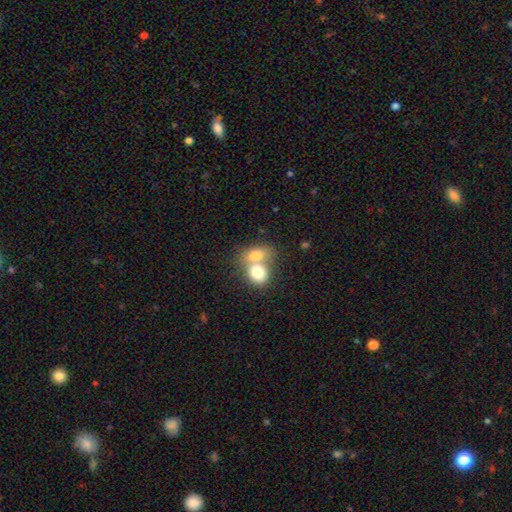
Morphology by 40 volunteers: smooth 88%, featured or disk 8%, star or artifact 5%. Down the decision tree: how rounded — in between (66%); merging — merger (58%).